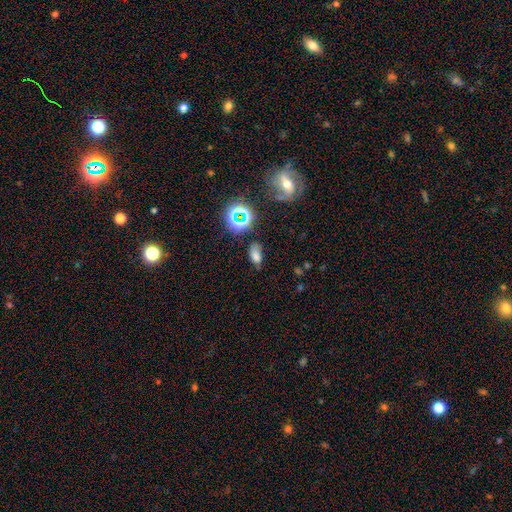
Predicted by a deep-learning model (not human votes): smooth_or_featured: smooth (p=0.69) [alt: star or artifact p=0.22]
how_rounded: in between (p=0.89) [alt: round p=0.08]
merging: none (p=0.66) [alt: minor disturbance p=0.22]